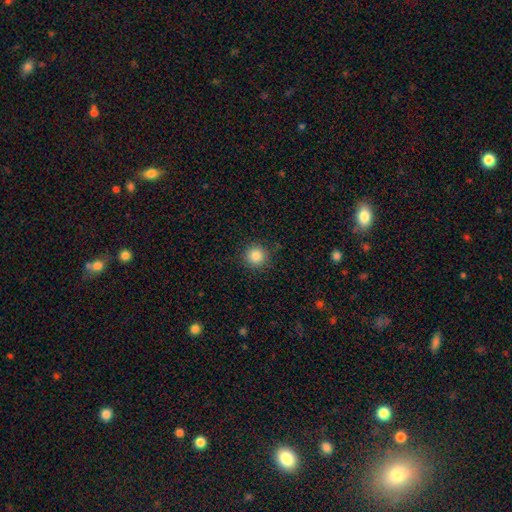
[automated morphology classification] A smooth galaxy with no disk features (84%) that is round (95%).

Vote fractions:
- Smooth or featured? smooth: 84% / star or artifact: 11% / featured or disk: 5%
- How rounded? round: 95% / in between: 4% / cigar-shaped: 1%
- Merging? none: 90% / minor disturbance: 7% / major disturbance: 2% / merger: 1%